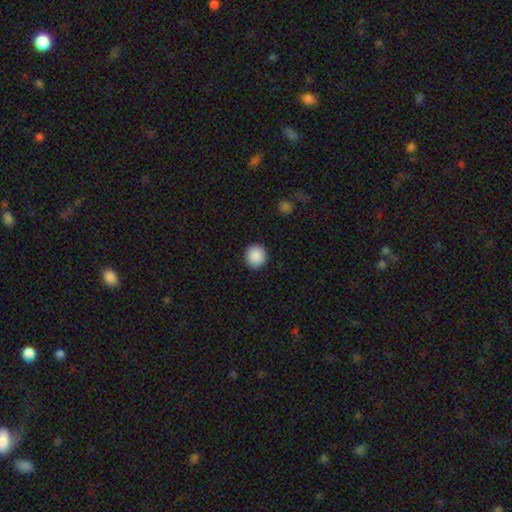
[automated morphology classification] smooth_or_featured: smooth (p=0.89) [alt: star or artifact p=0.08]
how_rounded: round (p=0.90) [alt: in between p=0.09]
merging: none (p=0.92) [alt: minor disturbance p=0.05]